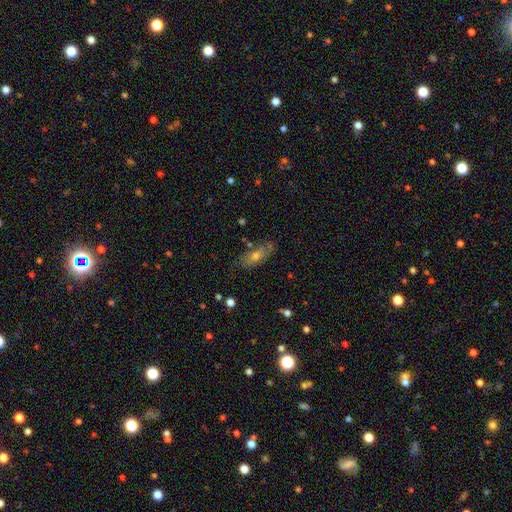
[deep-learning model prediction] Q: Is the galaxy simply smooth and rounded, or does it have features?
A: smooth — 55%.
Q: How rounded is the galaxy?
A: in between — 69%.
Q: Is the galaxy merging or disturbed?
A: none — 74%.